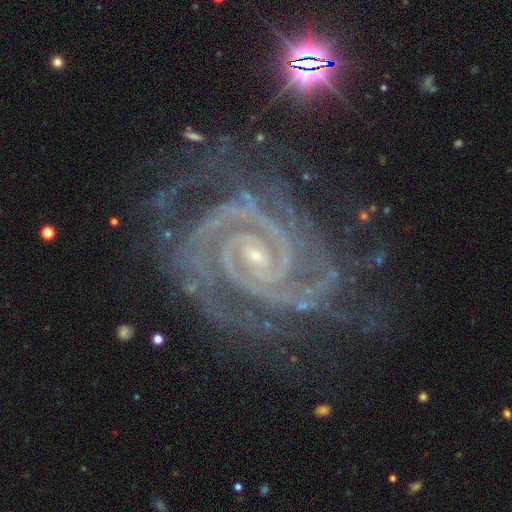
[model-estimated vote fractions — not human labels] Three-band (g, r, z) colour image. It shows a featured or disk galaxy (93%) with no bar (39%), 2 (62%) tight (80%) spiral arms (99%) and a small central bulge (81%). Merging: none (69%).